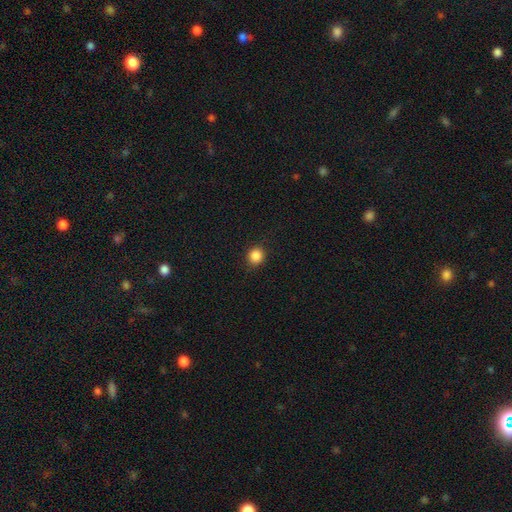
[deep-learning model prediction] The model was most divided on "how rounded": round: 86%, in between: 13%, cigar-shaped: 1%. More confident: merging — none (89%); smooth or featured — smooth (87%).